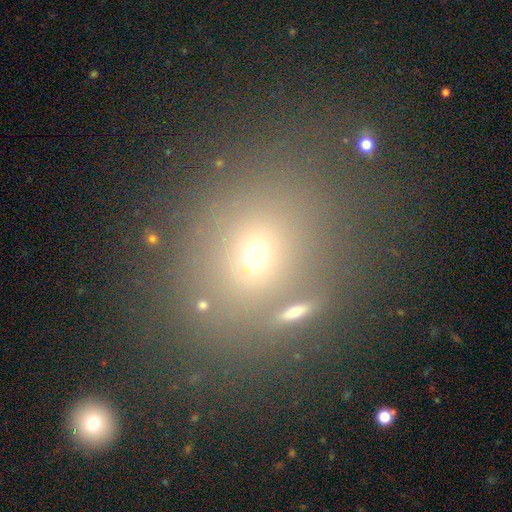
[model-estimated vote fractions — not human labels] A smooth galaxy with no disk features (63%) that is round (56%).

Vote fractions:
- Smooth or featured? smooth: 63% / star or artifact: 23% / featured or disk: 13%
- How rounded? round: 56% / in between: 41% / cigar-shaped: 3%
- Merging? none: 66% / merger: 16% / minor disturbance: 12% / major disturbance: 6%